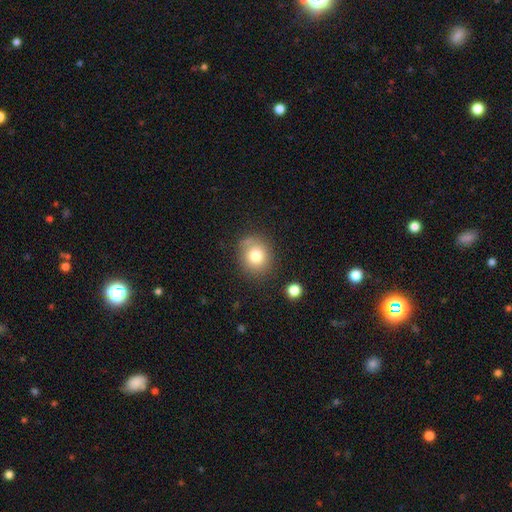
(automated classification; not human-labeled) This is likely a smooth galaxy (79%). How rounded: likely round (73%). Merging: likely none (74%).